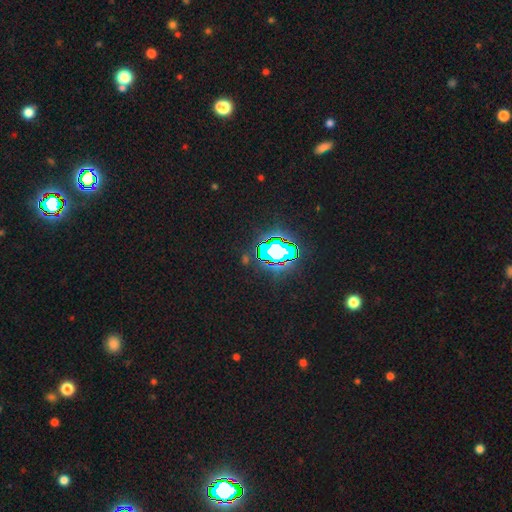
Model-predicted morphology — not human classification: This is clearly a star or artifact rather than a galaxy (83%).